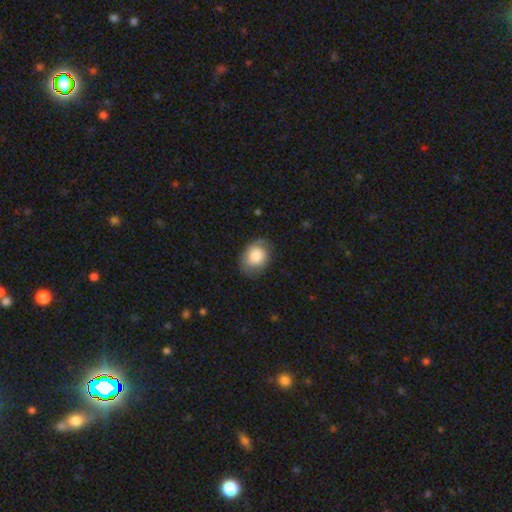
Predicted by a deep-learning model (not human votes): The model was most divided on "how rounded": in between: 60%, round: 39%, cigar-shaped: 1%. More confident: smooth or featured — smooth (72%); merging — none (72%).